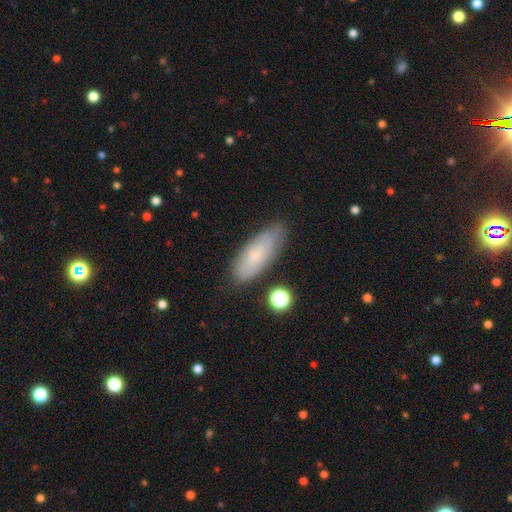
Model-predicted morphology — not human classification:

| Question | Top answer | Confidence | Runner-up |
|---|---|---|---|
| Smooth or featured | smooth | 67% | featured or disk (25%) |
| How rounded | in between | 72% | cigar-shaped (25%) |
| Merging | none | 77% | minor disturbance (17%) |